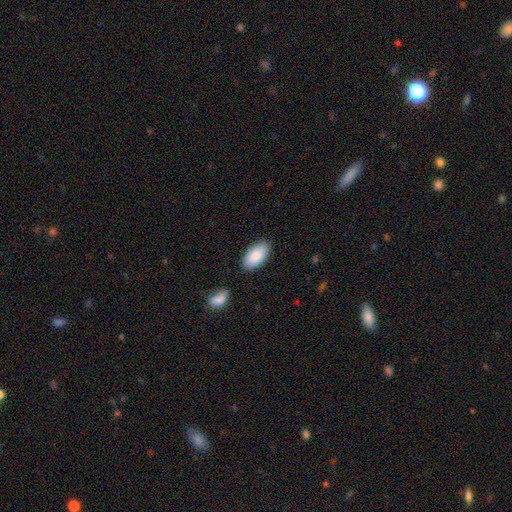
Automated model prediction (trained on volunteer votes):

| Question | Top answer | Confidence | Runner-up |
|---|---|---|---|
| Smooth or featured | smooth | 90% | star or artifact (6%) |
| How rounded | in between | 96% | round (2%) |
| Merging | none | 84% | minor disturbance (10%) |